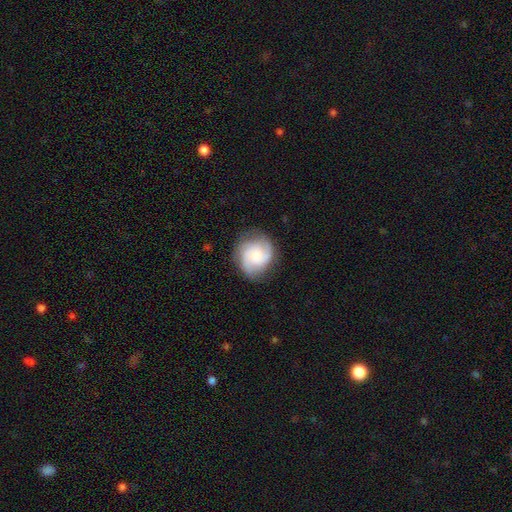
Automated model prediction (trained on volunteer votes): Q: Smooth or featured?
A: featured or disk (71%); runner-up: smooth (22%)
Q: Edge-on disk?
A: no (98%); runner-up: yes (2%)
Q: Bar?
A: no (65%); runner-up: weak (30%)
Q: Spiral arms?
A: yes (96%); runner-up: no (4%)
Q: Spiral winding?
A: medium (47%); runner-up: tight (39%)
Q: Spiral arm count?
A: 2 (43%); runner-up: 3 (33%)
Q: Bulge size?
A: small (50%); runner-up: moderate (40%)
Q: Merging?
A: none (78%); runner-up: minor disturbance (15%)